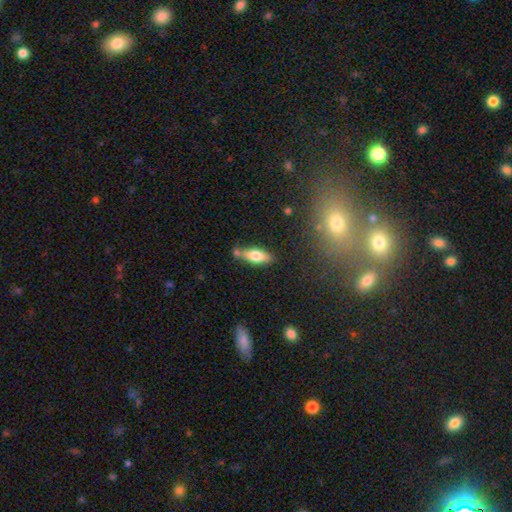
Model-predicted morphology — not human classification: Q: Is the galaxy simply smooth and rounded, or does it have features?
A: smooth — 67%.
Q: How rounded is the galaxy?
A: in between — 70%.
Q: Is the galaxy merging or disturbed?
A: none — 67%.